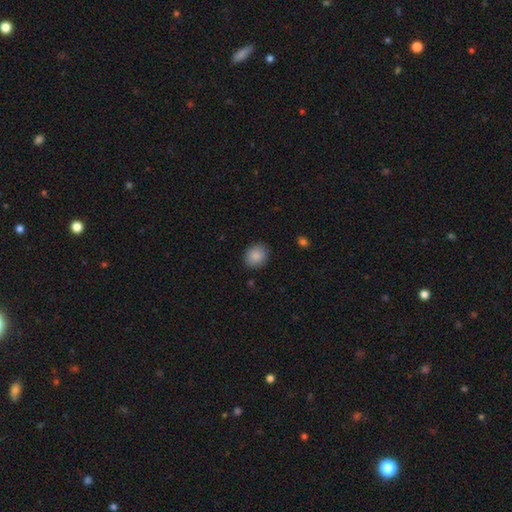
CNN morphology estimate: smooth_or_featured: smooth (p=0.88) [alt: star or artifact p=0.08]
how_rounded: round (p=0.63) [alt: in between p=0.36]
merging: none (p=0.88) [alt: minor disturbance p=0.08]